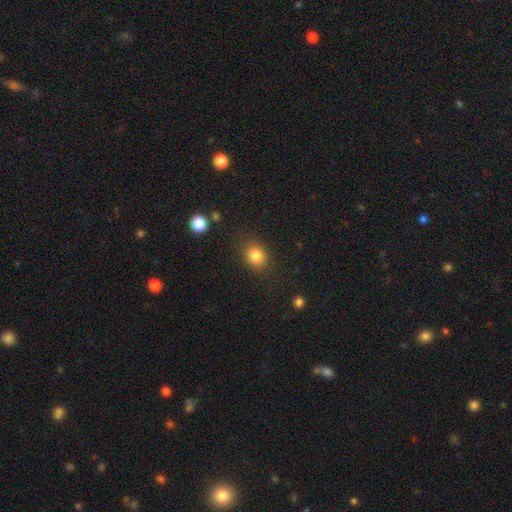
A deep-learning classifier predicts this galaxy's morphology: Smooth or featured? smooth (83%)
How rounded? round (59%)
Merging? none (85%)